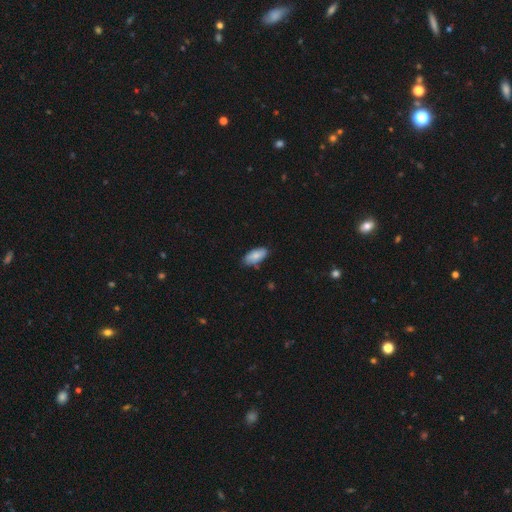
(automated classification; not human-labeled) A smooth galaxy with no disk features (82%) that is in between round and cigar-shaped (90%). Merging: none (77%).